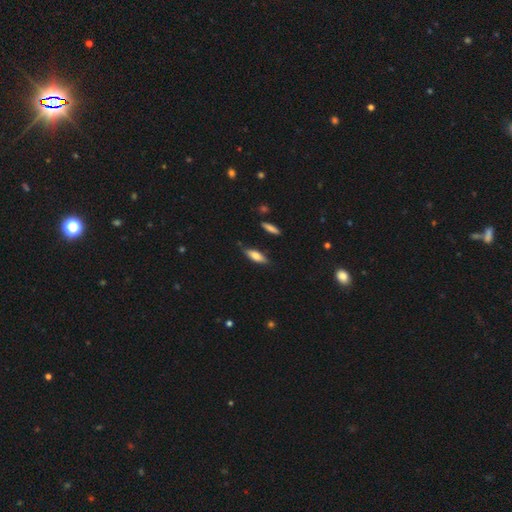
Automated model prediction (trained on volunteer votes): This appears to be a smooth galaxy with no disk features (69%) that is in between round and cigar-shaped (58%). Merging: none (76%).